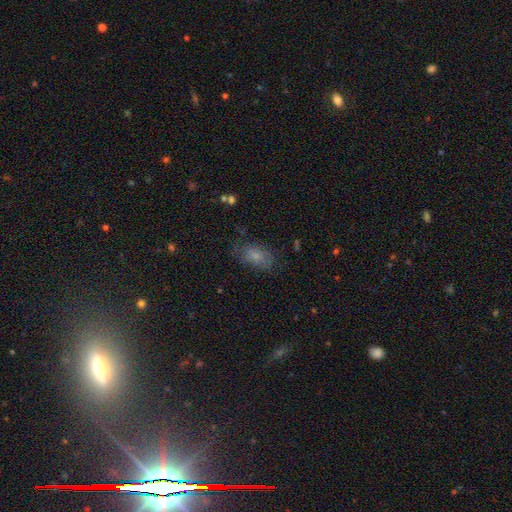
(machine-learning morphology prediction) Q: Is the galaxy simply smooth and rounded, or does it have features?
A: smooth — 75%.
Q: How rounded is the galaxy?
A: in between — 89%.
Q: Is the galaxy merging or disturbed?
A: none — 67%.